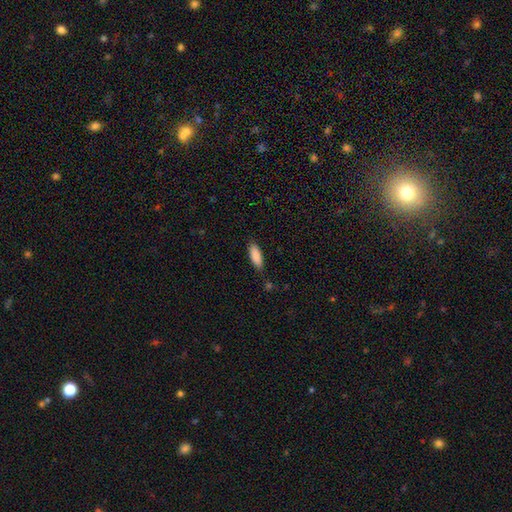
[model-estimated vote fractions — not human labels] A smooth galaxy with no disk features (89%) that is in between round and cigar-shaped (63%).

Vote fractions:
- Smooth or featured? smooth: 89% / star or artifact: 6% / featured or disk: 5%
- How rounded? in between: 63% / cigar-shaped: 35% / round: 2%
- Merging? none: 81% / minor disturbance: 14% / major disturbance: 3% / merger: 2%